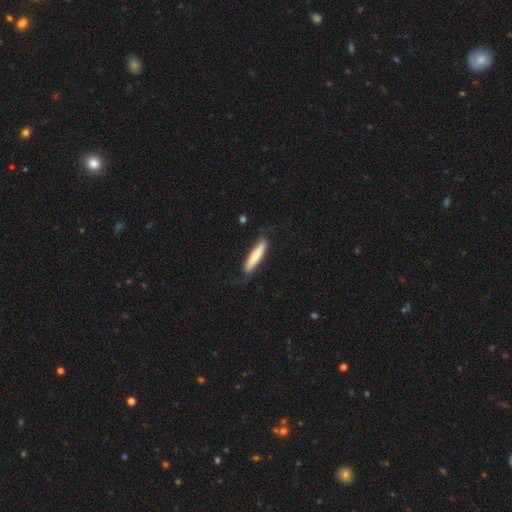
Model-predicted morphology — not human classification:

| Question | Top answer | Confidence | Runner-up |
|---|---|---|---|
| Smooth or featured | smooth | 62% | featured or disk (33%) |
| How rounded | cigar-shaped | 87% | in between (12%) |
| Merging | none | 70% | minor disturbance (22%) |